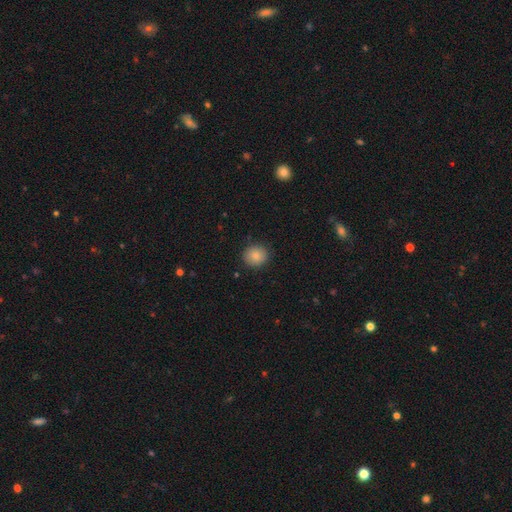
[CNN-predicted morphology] A smooth galaxy with no disk features (84%) that is round (84%).

Vote fractions:
- Smooth or featured? smooth: 84% / star or artifact: 9% / featured or disk: 7%
- How rounded? round: 84% / in between: 15% / cigar-shaped: 1%
- Merging? none: 89% / minor disturbance: 8% / major disturbance: 2% / merger: 1%